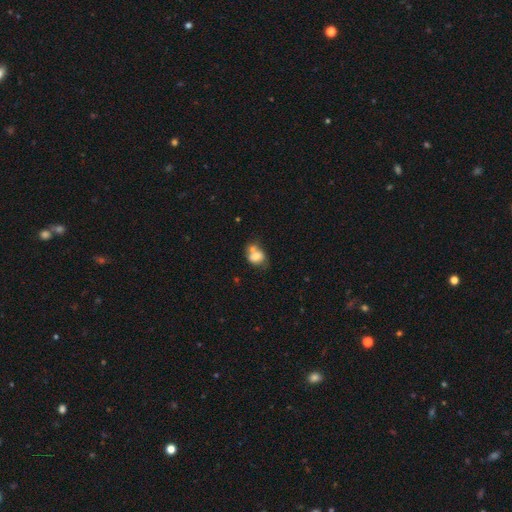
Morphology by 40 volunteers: smooth-or-featured: smooth: 85% | featured or disk: 10% | star or artifact: 5%
  how-rounded: round: 59% | in between: 41% | cigar-shaped: 0%
  merging: none: 45% | merger: 39% | minor disturbance: 13% | major disturbance: 3%